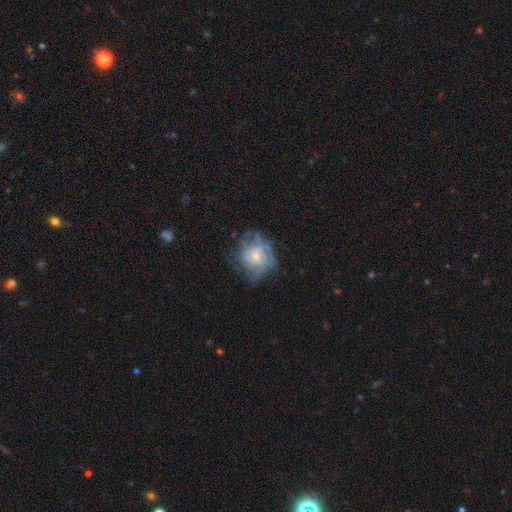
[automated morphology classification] smooth_or_featured: featured or disk (p=0.56) [alt: smooth p=0.35]
disk_edge_on: no (p=0.97) [alt: yes p=0.03]
bar: no (p=0.80) [alt: weak p=0.17]
has_spiral_arms: yes (p=0.52) [alt: no p=0.48]
bulge_size: small (p=0.54) [alt: moderate p=0.37]
merging: none (p=0.49) [alt: minor disturbance p=0.27]